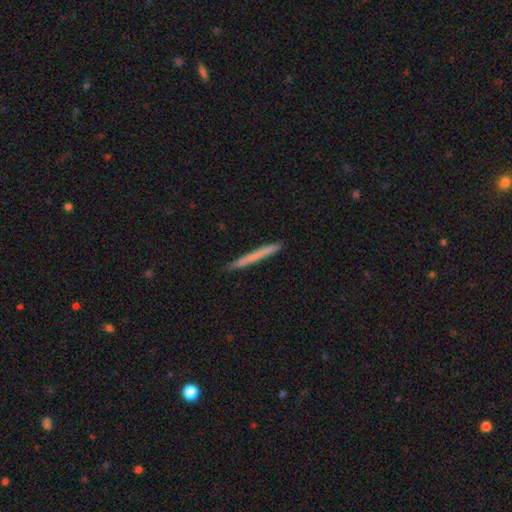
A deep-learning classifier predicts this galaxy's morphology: This appears to be a smooth galaxy with no disk features (63%) that is cigar-shaped (97%). Merging: none (90%).